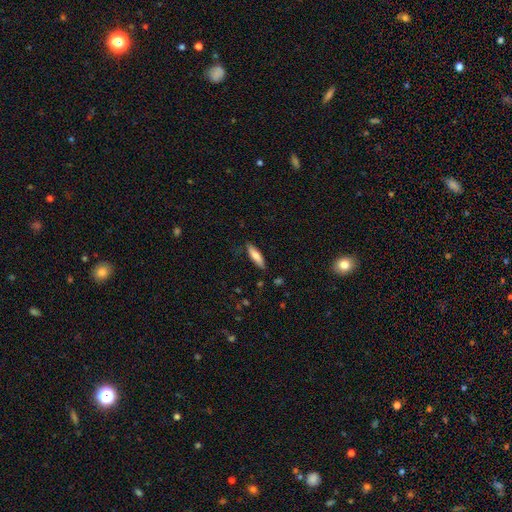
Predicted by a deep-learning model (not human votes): smooth 76%, featured or disk 18%, star or artifact 6%. Down the decision tree: how rounded — cigar-shaped (61%); merging — none (83%).